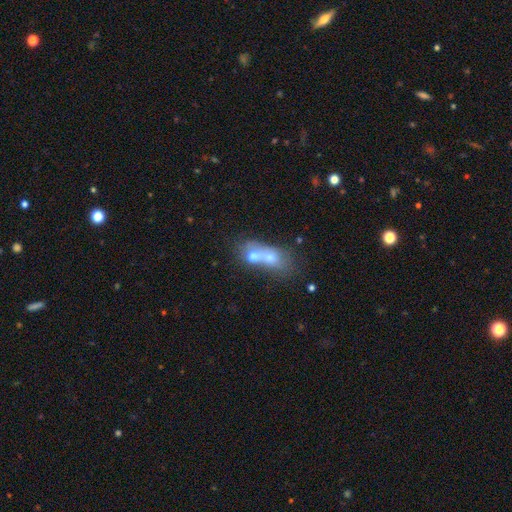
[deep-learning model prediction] Smooth or featured? smooth (57%)
How rounded? in between (56%)
Merging? merger (75%)